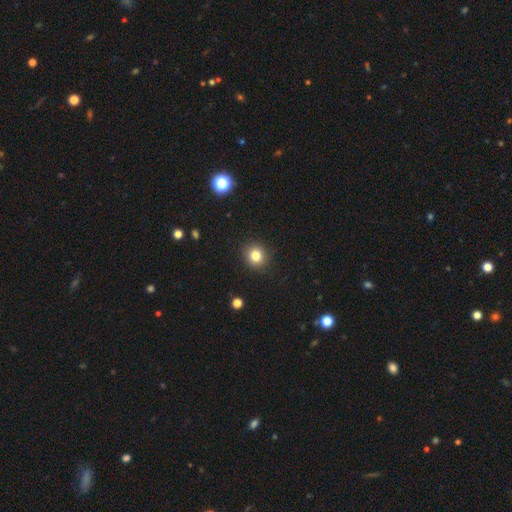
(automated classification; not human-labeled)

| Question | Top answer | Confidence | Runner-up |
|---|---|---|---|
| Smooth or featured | smooth | 82% | star or artifact (12%) |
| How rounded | round | 88% | in between (12%) |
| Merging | none | 90% | minor disturbance (6%) |